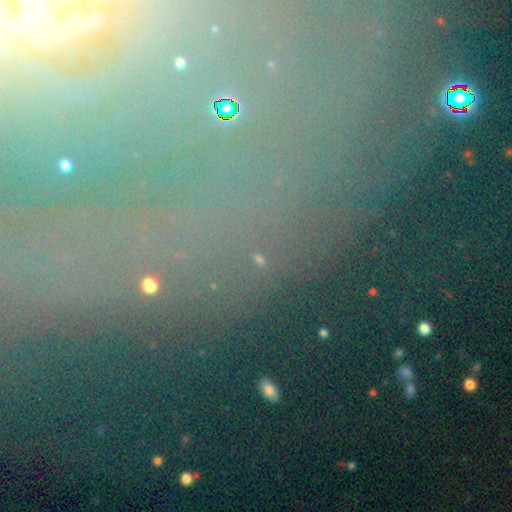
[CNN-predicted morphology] The model was most divided on "smooth or featured": star or artifact: 75%, smooth: 14%, featured or disk: 11%.